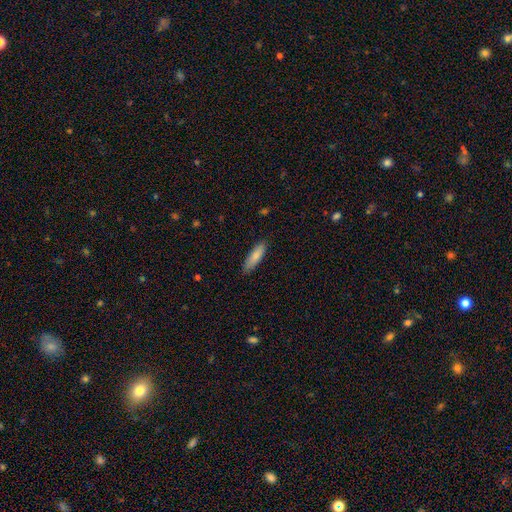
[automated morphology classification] type=smooth (82%); roundness=cigar-shaped (58%); merging=none (87%).